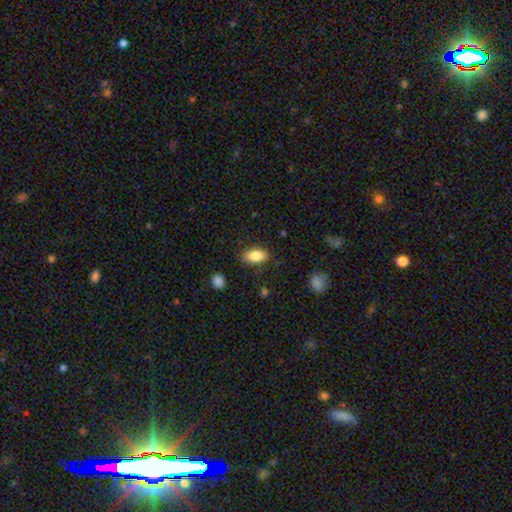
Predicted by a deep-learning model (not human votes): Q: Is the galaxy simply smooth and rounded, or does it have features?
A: smooth — 86%.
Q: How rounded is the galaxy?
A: in between — 91%.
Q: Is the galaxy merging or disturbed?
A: none — 84%.